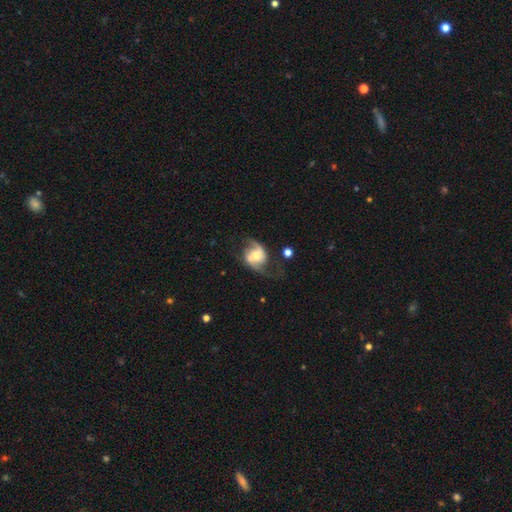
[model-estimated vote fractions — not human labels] This is likely a featured or disk galaxy (72%). It is clearly not viewed edge-on (96%). Bar: possibly no (51%). Spiral arm pattern: clearly yes (88%). Spiral arm count: clearly 2 (86%). Spiral winding: possibly loose (52%). Central bulge: possibly moderate (53%). Merging: possibly none (55%).